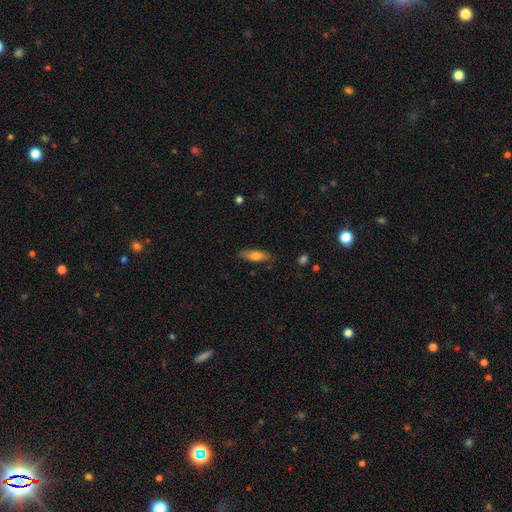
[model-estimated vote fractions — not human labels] smooth_or_featured: smooth (p=0.73) [alt: featured or disk p=0.21]
how_rounded: cigar-shaped (p=0.51) [alt: in between p=0.47]
merging: none (p=0.84) [alt: minor disturbance p=0.12]